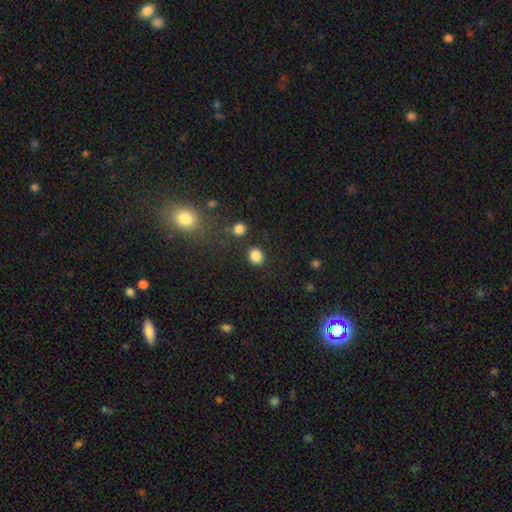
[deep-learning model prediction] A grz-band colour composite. It shows a smooth galaxy with no disk features (85%) that is round (71%). Merging: none (85%).